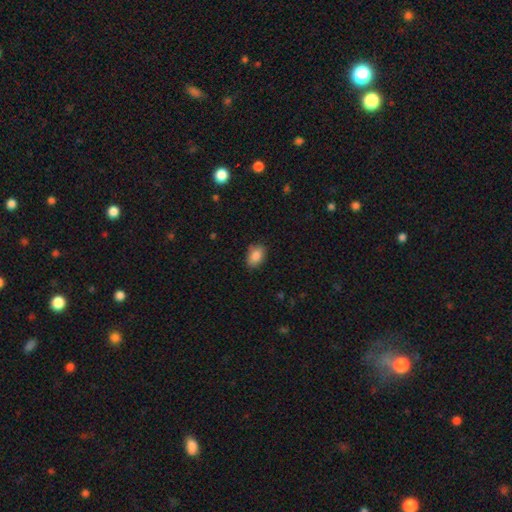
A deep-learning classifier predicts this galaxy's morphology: type=smooth (86%); roundness=in between (85%); merging=none (81%).